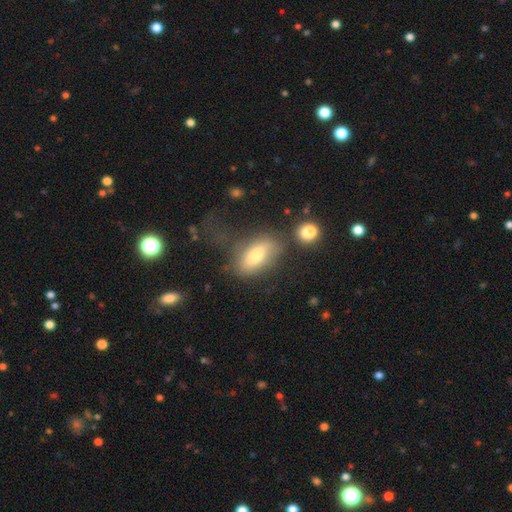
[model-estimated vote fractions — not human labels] This appears to be a smooth galaxy with no disk features (67%) that is in between round and cigar-shaped (85%). Merging: none (49%).